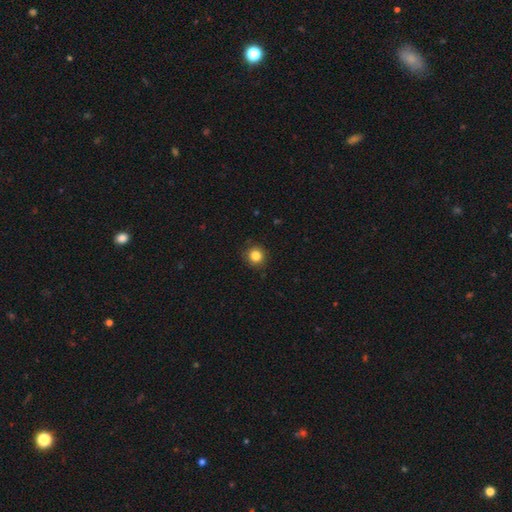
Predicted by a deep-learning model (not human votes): Smooth or featured: smooth — 84% (star or artifact — 11%)
How rounded: round — 93% (in between — 6%)
Merging: none — 90% (minor disturbance — 7%)